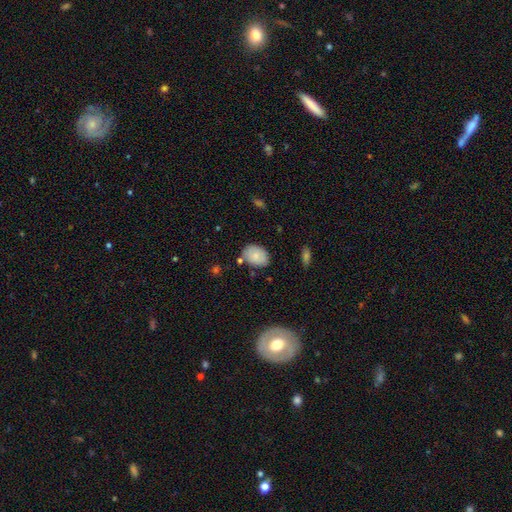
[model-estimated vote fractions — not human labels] Smooth or featured? smooth (83%)
How rounded? in between (78%)
Merging? none (74%)